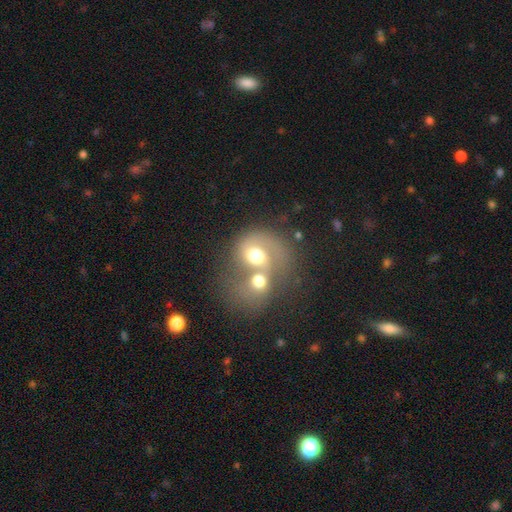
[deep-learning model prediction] Smooth or featured? Predicted: featured or disk (p=0.49). Merging? Predicted: merger (p=0.76).